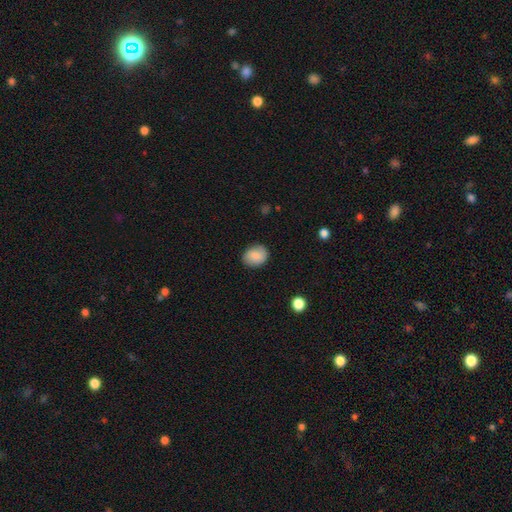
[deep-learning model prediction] Smooth or featured? smooth (83%)
How rounded? round (50%)
Merging? none (83%)